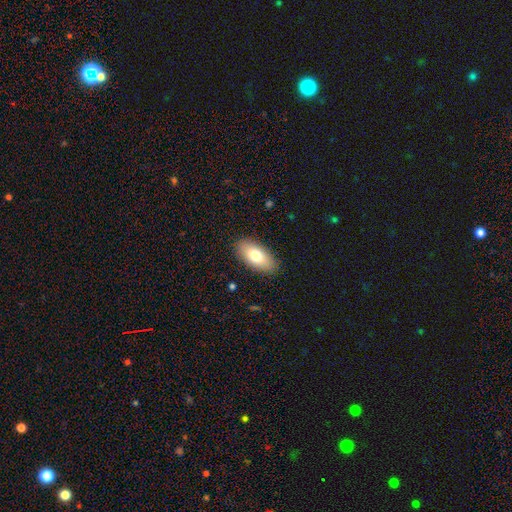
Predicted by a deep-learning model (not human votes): Smooth or featured: smooth — 76% (featured or disk — 17%)
How rounded: in between — 91% (cigar-shaped — 6%)
Merging: none — 88% (minor disturbance — 9%)